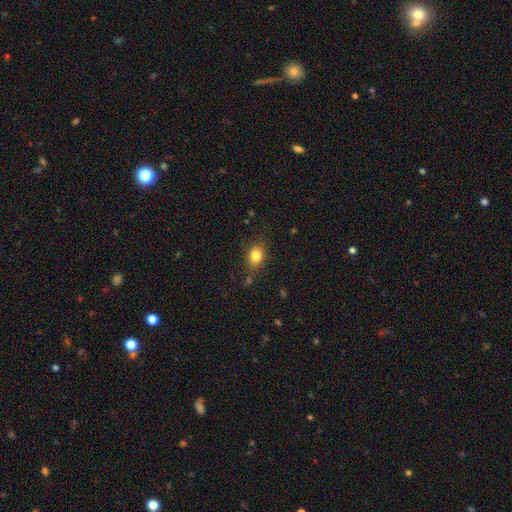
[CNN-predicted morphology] This appears to be a smooth galaxy with no disk features (82%) that is in between round and cigar-shaped (59%). Merging: none (81%).